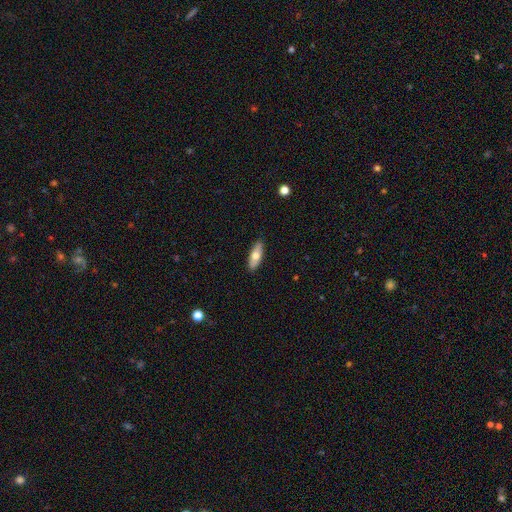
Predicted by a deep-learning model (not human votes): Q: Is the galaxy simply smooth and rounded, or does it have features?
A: smooth — 65%.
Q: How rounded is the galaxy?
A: in between — 60%.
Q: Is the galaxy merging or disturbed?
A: none — 89%.